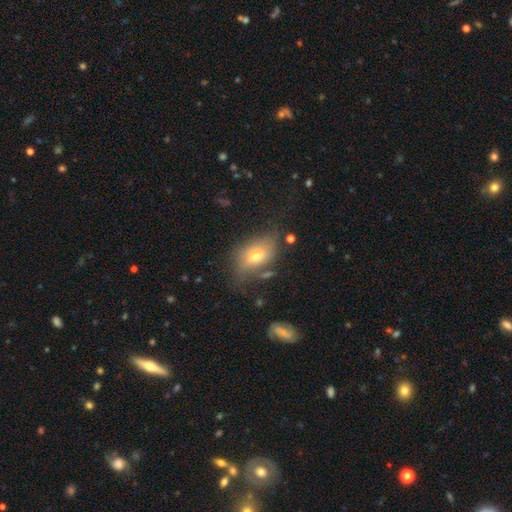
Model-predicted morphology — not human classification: smooth 62%, featured or disk 27%, star or artifact 11%. Down the decision tree: how rounded — in between (84%); merging — none (57%).